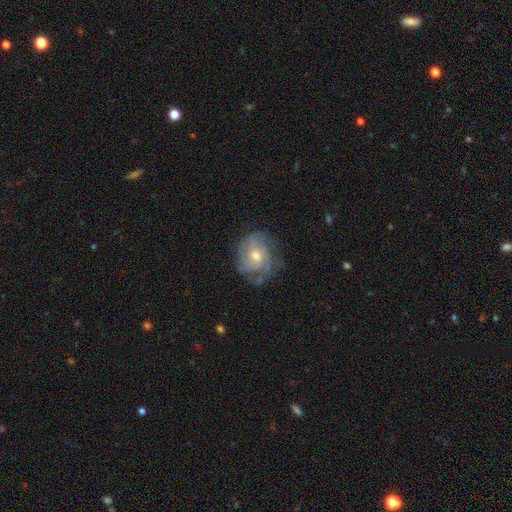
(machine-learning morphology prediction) Smooth or featured: featured or disk — 68% (smooth — 25%)
Edge-on disk: no — 97% (yes — 3%)
Bar: no — 78% (weak — 20%)
Spiral arms: yes — 86% (no — 14%)
Spiral winding: tight — 55% (medium — 33%)
Spiral arm count: can't tell — 40% (3 — 22%)
Bulge size: moderate — 54% (small — 41%)
Merging: none — 63% (minor disturbance — 23%)